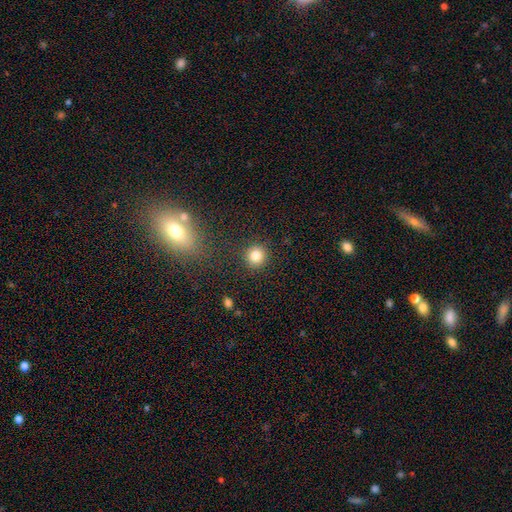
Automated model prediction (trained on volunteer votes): Smooth or featured?
  - smooth: 82% *
  - star or artifact: 12%
  - featured or disk: 6%
How rounded?
  - round: 92% *
  - in between: 7%
  - cigar-shaped: 1%
Merging?
  - none: 90% *
  - minor disturbance: 6%
  - major disturbance: 2%
  - merger: 2%